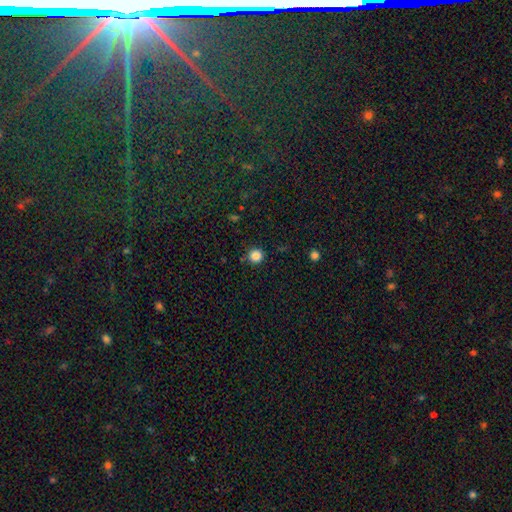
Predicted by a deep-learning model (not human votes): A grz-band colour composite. It shows a smooth galaxy with no disk features (85%) that is round (94%). Merging: none (89%).